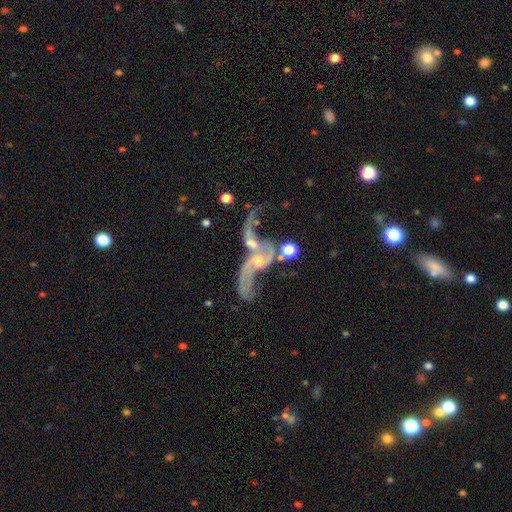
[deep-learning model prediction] Morphology: type=featured or disk (74%); edge-on=no (89%); bar=no (67%); spiral arms=yes (66%); bulge=small (51%); merging=merger (45%).